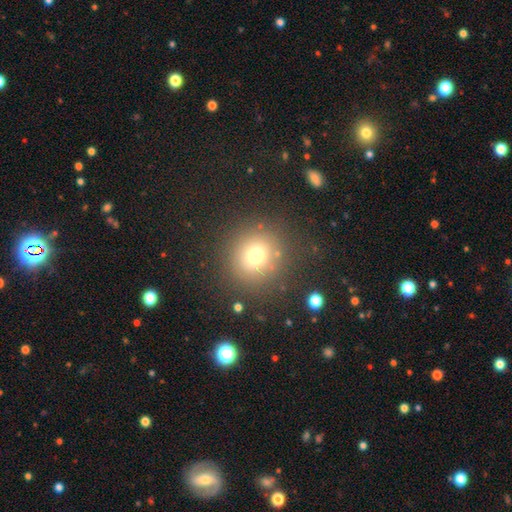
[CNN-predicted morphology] Smooth or featured? Predicted: smooth (p=0.73). How rounded? Predicted: round (p=0.90). Merging? Predicted: none (p=0.85).